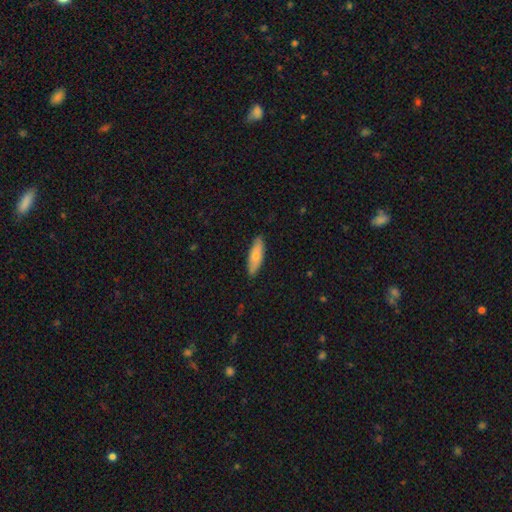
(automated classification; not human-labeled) A smooth galaxy with no disk features (75%) that is in between round and cigar-shaped (54%).

Vote fractions:
- Smooth or featured? smooth: 75% / featured or disk: 19% / star or artifact: 5%
- How rounded? in between: 54% / cigar-shaped: 44% / round: 2%
- Merging? none: 87% / minor disturbance: 10% / major disturbance: 2% / merger: 1%